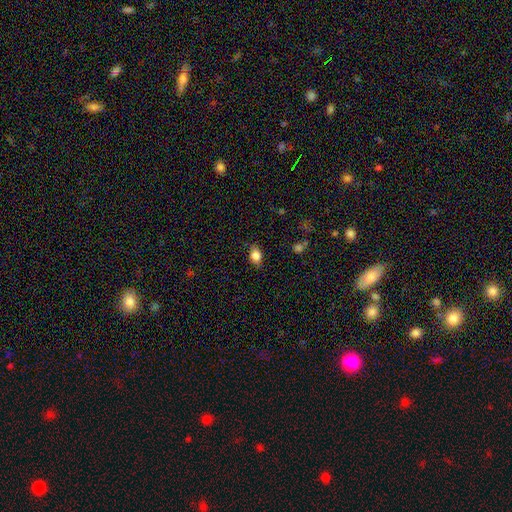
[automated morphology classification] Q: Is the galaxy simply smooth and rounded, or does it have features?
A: smooth — 83%.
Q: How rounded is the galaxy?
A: in between — 69%.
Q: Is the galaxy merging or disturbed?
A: none — 82%.